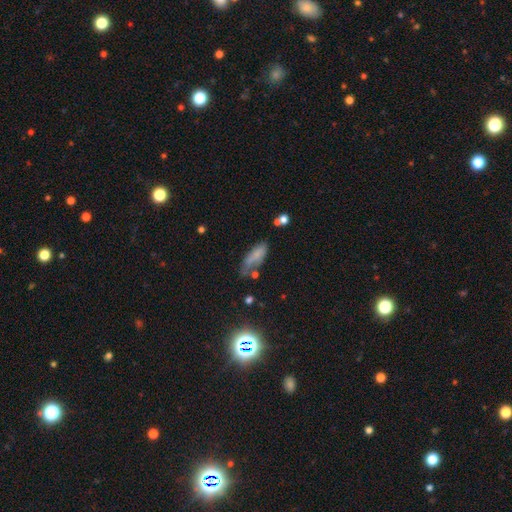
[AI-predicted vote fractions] A smooth galaxy with no disk features (68%) that is in between round and cigar-shaped (66%).

Vote fractions:
- Smooth or featured? smooth: 68% / featured or disk: 20% / star or artifact: 12%
- How rounded? in between: 66% / cigar-shaped: 32% / round: 3%
- Merging? none: 43% / minor disturbance: 32% / major disturbance: 17% / merger: 9%